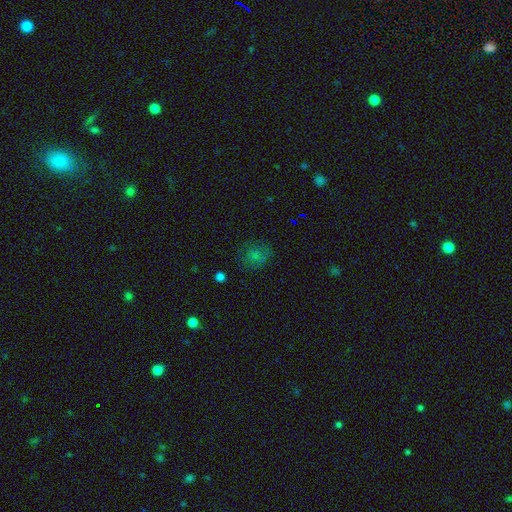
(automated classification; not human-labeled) This is likely a smooth galaxy (68%). How rounded: likely round (69%). Merging: likely none (68%).